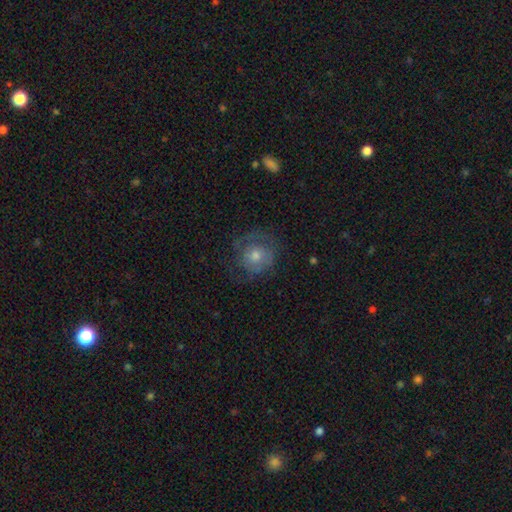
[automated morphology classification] Smooth or featured? Predicted: featured or disk (p=0.52). Edge-on disk? Predicted: no (p=0.97). Bar? Predicted: no (p=0.82). Spiral arms? Predicted: yes (p=0.68). Bulge size? Predicted: moderate (p=0.59). Merging? Predicted: none (p=0.66).